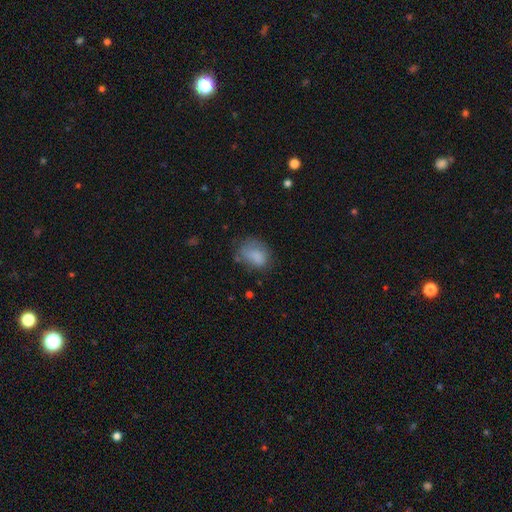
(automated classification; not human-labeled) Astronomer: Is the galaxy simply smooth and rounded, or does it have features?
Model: smooth — 79%.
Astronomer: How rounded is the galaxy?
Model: in between — 70%.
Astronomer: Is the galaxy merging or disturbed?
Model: none — 51% (runner-up: minor disturbance, 29%).